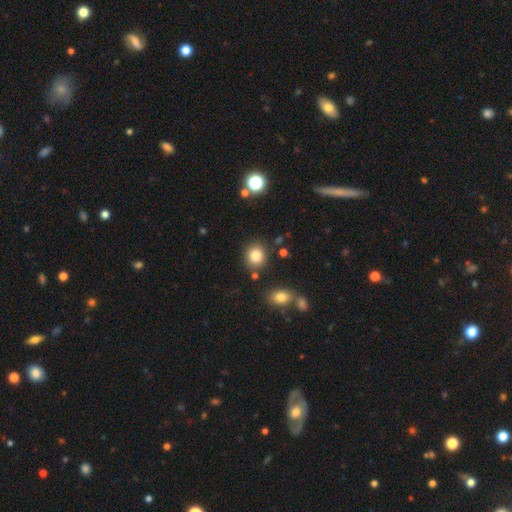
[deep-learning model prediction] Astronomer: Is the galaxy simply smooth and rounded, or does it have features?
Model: smooth — 83%.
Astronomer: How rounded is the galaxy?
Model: round — 83%.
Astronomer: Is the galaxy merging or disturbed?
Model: none — 82%.